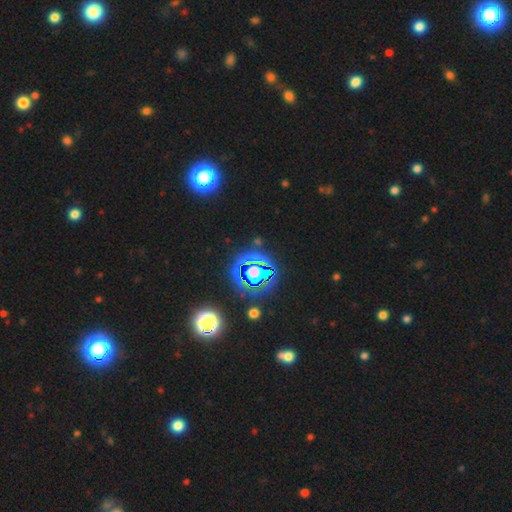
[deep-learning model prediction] Smooth or featured: star or artifact — 82% (smooth — 11%)